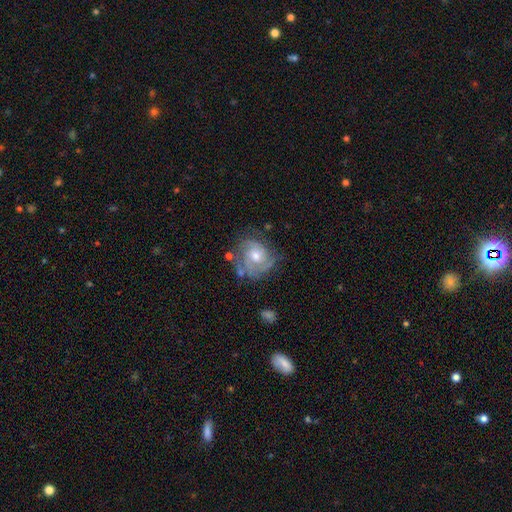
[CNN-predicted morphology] Smooth or featured: featured or disk — 82% (smooth — 12%)
Edge-on disk: no — 98% (yes — 2%)
Bar: no — 69% (weak — 27%)
Spiral arms: yes — 94% (no — 6%)
Spiral winding: tight — 62% (medium — 31%)
Spiral arm count: 2 — 39% (3 — 25%)
Bulge size: moderate — 66% (small — 27%)
Merging: none — 67% (minor disturbance — 21%)